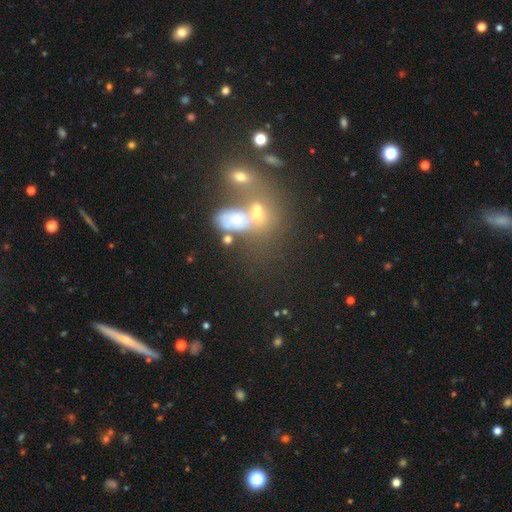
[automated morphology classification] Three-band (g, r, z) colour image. It shows a smooth galaxy with no disk features (43%). Merging: merger (60%).